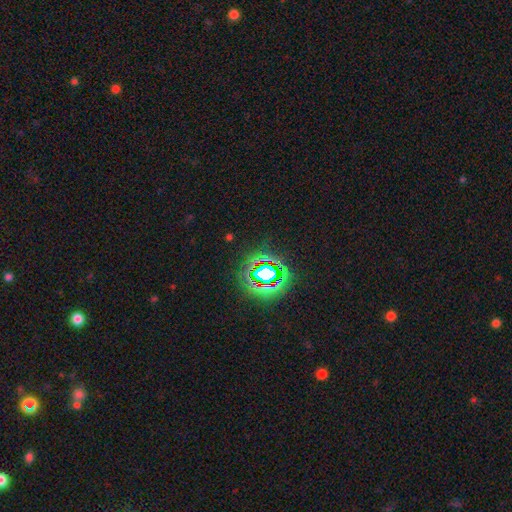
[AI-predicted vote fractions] Q: Smooth or featured?
A: star or artifact (78%); runner-up: smooth (14%)